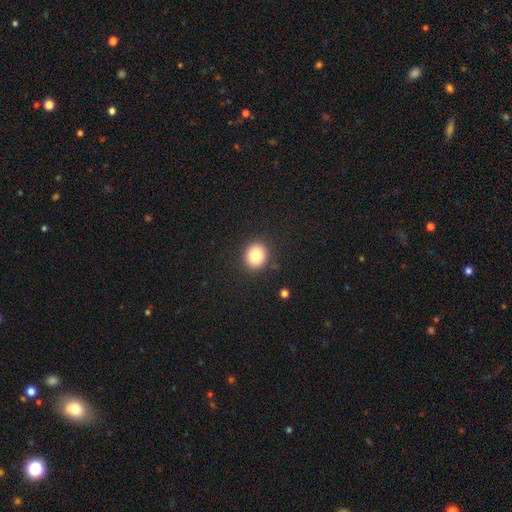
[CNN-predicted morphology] Smooth or featured? Predicted: smooth (p=0.82). How rounded? Predicted: round (p=0.79). Merging? Predicted: none (p=0.90).